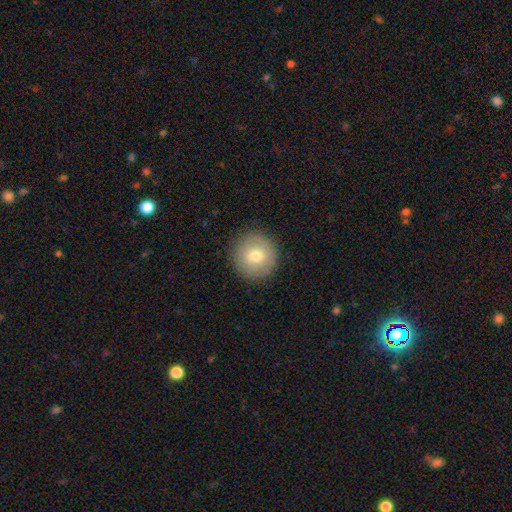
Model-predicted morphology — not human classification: A smooth galaxy with no disk features (71%) that is round (95%). Merging: none (90%).